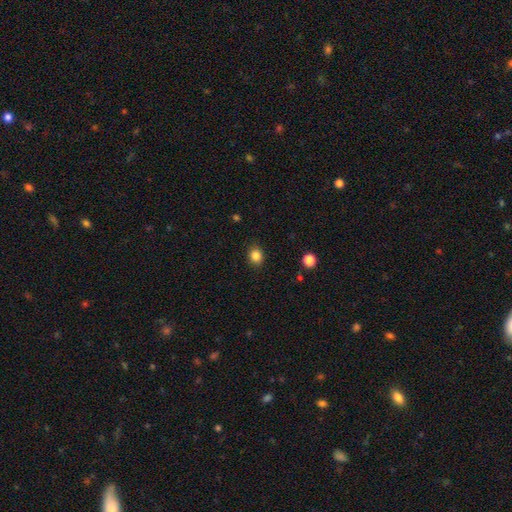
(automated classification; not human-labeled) Overall: smooth (84%). How rounded: round (65%; in between 34%). Merging: none (88%).